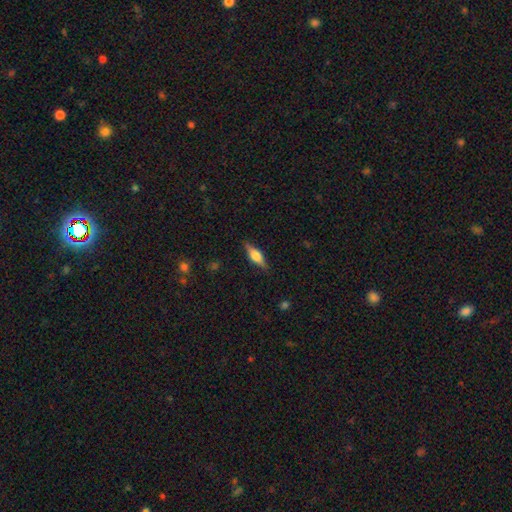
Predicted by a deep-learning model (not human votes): smooth_or_featured: featured or disk (p=0.54) [alt: smooth p=0.39]
disk_edge_on: yes (p=0.96) [alt: no p=0.04]
edge_on_bulge: rounded (p=0.85) [alt: boxy p=0.13]
merging: none (p=0.87) [alt: minor disturbance p=0.10]